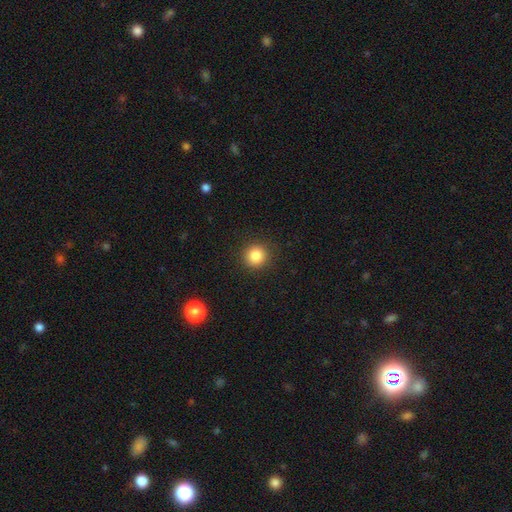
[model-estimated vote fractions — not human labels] Morphology: type=smooth (84%); roundness=round (93%); merging=none (91%).